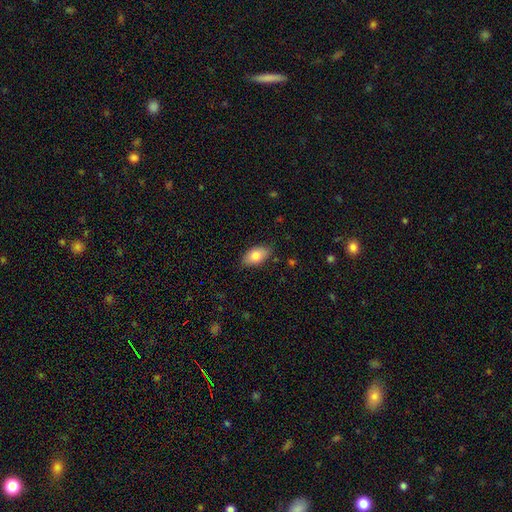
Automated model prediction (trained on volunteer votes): A smooth galaxy with no disk features (80%) that is in between round and cigar-shaped (91%).

Vote fractions:
- Smooth or featured? smooth: 80% / featured or disk: 13% / star or artifact: 7%
- How rounded? in between: 91% / round: 6% / cigar-shaped: 3%
- Merging? none: 83% / minor disturbance: 13% / major disturbance: 2% / merger: 1%